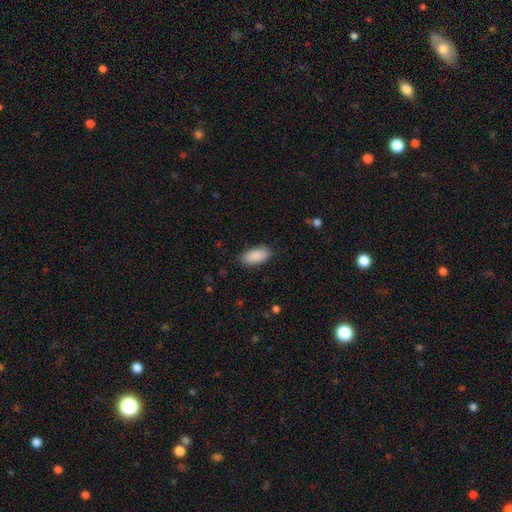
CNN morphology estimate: The model was most divided on "merging": none: 86%, minor disturbance: 11%, major disturbance: 3%, merger: 1%. More confident: smooth or featured — smooth (90%); how rounded — in between (90%).